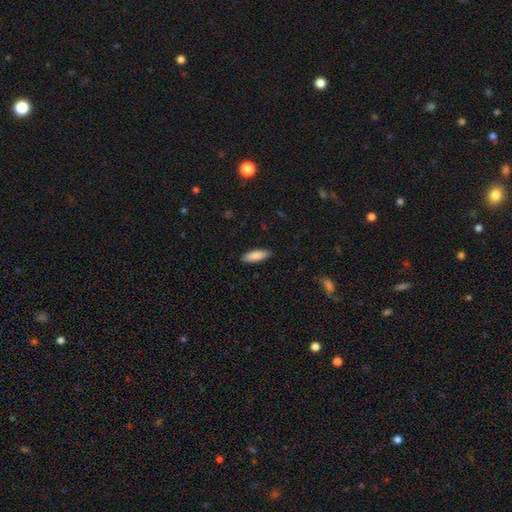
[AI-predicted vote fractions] Smooth or featured: smooth — 87% (featured or disk — 7%)
How rounded: in between — 57% (cigar-shaped — 42%)
Merging: none — 89% (minor disturbance — 8%)